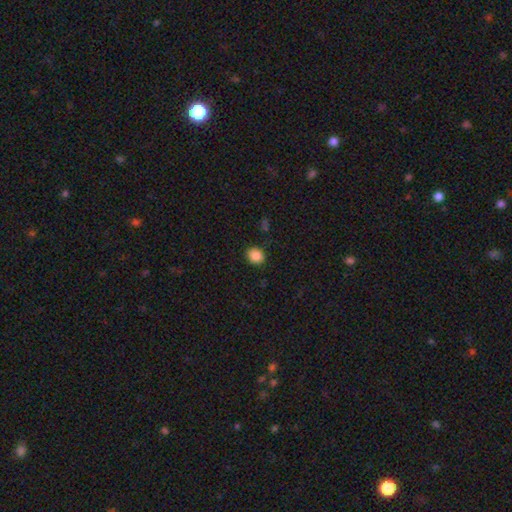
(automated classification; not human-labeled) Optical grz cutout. It shows a smooth galaxy with no disk features (87%) that is round (62%). Merging: none (89%).